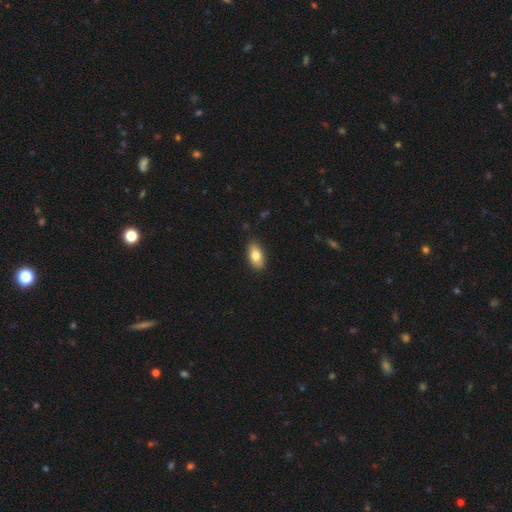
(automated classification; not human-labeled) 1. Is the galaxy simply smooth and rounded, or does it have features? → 80% smooth, 13% featured or disk, 7% star or artifact.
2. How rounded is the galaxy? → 91% in between, 5% cigar-shaped, 4% round.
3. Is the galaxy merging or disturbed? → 87% none, 10% minor disturbance, 2% major disturbance, 1% merger.